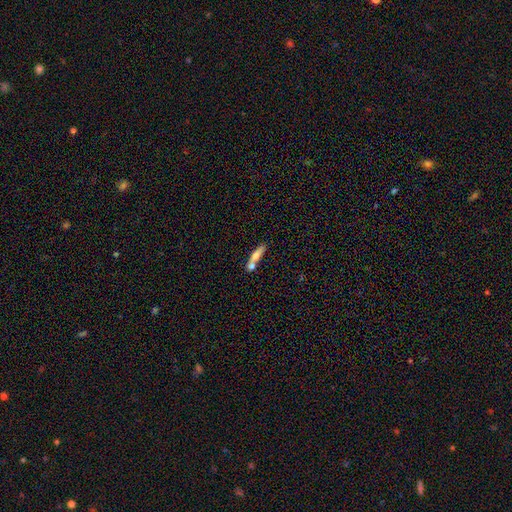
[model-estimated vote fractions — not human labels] smooth 59%, featured or disk 33%, star or artifact 7%. Down the decision tree: how rounded — cigar-shaped (77%); merging — none (45%).